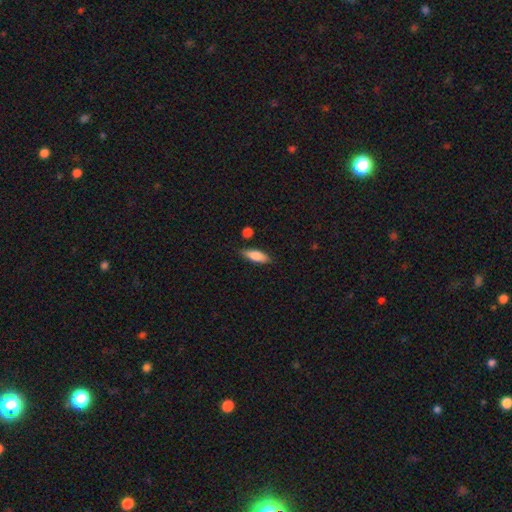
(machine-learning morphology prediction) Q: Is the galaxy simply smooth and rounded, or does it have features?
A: smooth — 79%.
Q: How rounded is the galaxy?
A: in between — 64%.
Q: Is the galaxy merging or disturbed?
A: none — 80%.